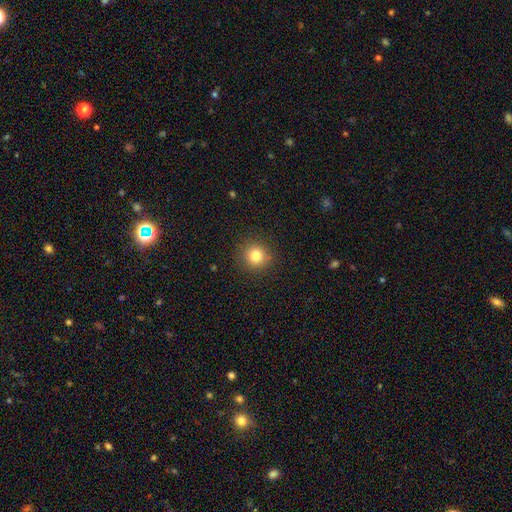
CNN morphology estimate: Overall: smooth (81%). How rounded: round (92%). Merging: none (91%).